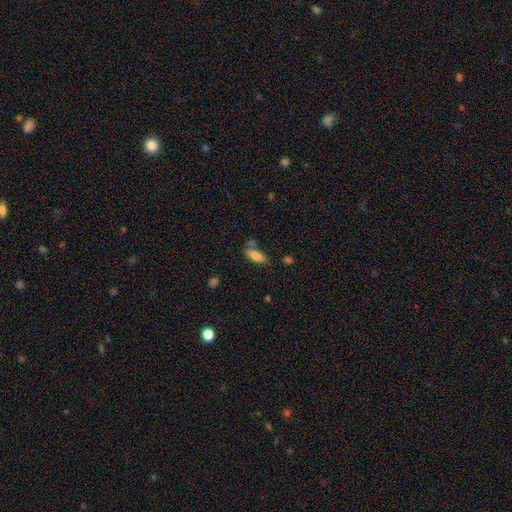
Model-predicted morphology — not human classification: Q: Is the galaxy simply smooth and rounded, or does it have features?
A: smooth — 77%.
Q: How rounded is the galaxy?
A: in between — 73%.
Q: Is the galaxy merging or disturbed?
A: none — 60%.